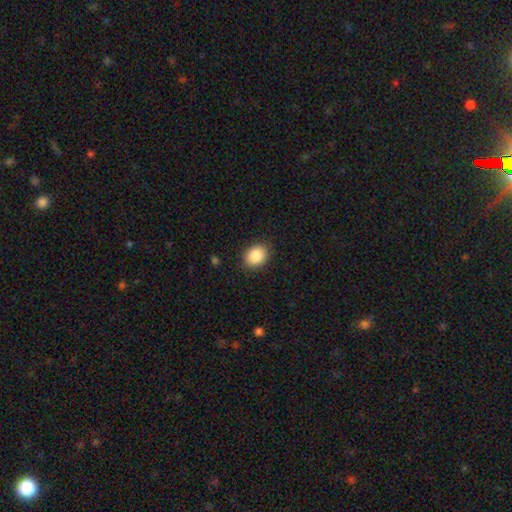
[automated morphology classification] Overall: smooth (87%). How rounded: in between (57%; round 42%). Merging: none (88%).